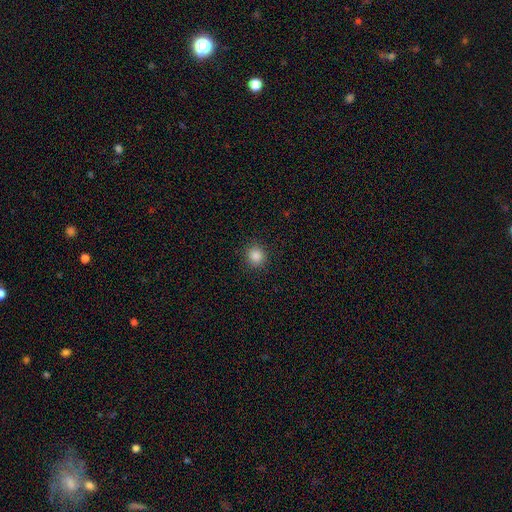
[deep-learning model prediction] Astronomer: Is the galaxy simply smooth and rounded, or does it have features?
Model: smooth — 86%.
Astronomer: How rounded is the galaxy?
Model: round — 89%.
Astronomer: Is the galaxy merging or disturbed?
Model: none — 90%.